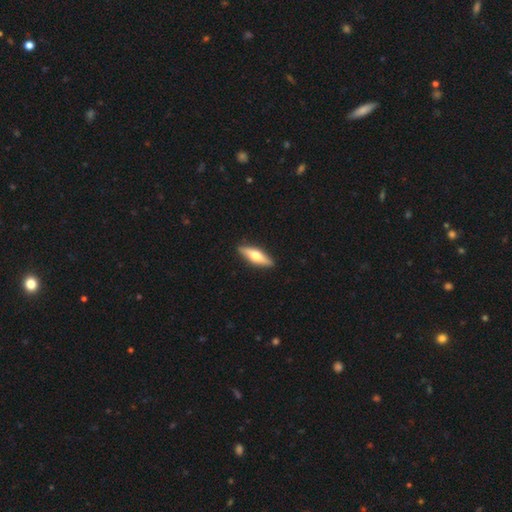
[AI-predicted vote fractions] Overall: featured or disk (50%; smooth 45%). Edge-on disk: yes (92%). Merging: none (90%).